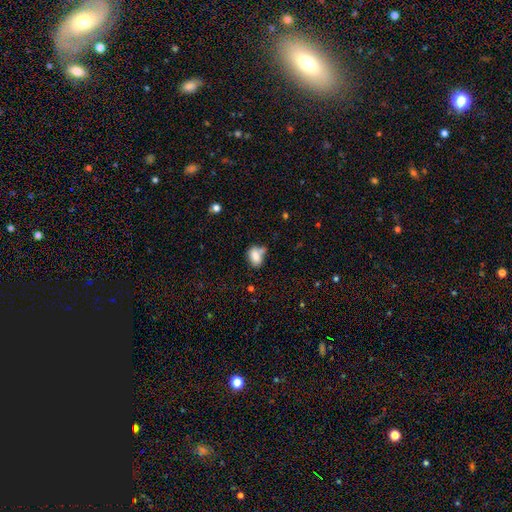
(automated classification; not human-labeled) Smooth or featured: smooth — 78% (featured or disk — 12%)
How rounded: in between — 76% (round — 21%)
Merging: none — 41% (merger — 26%)